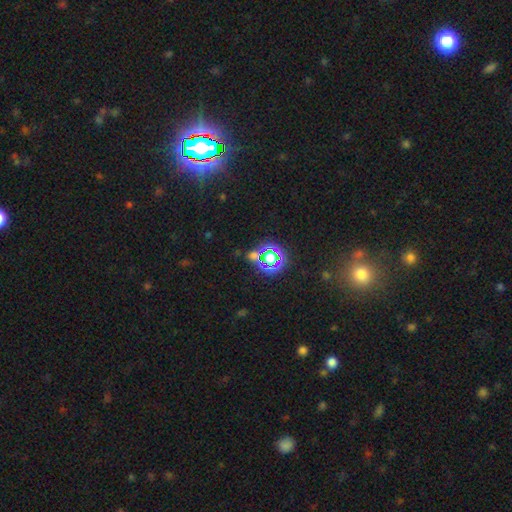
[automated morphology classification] smooth-or-featured: star or artifact: 67% | smooth: 24% | featured or disk: 9%